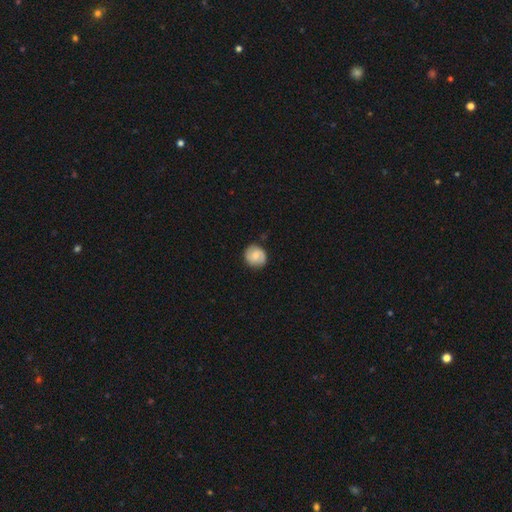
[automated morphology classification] Smooth or featured? smooth (61%)
How rounded? round (86%)
Merging? none (83%)